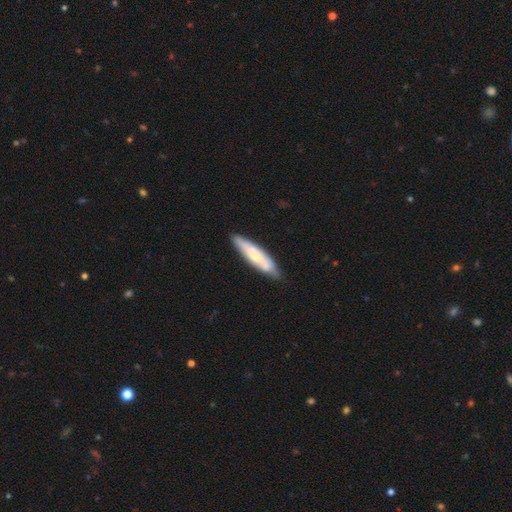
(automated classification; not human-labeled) Morphology: type=featured or disk (52%); edge-on=no (51%); merging=none (78%).